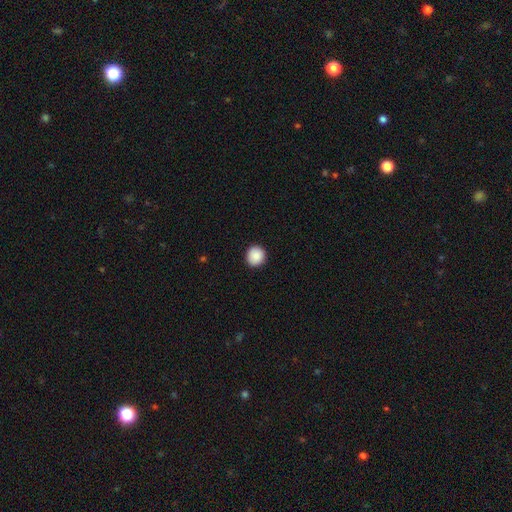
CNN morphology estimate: smooth_or_featured: smooth (p=0.89) [alt: star or artifact p=0.08]
how_rounded: round (p=0.92) [alt: in between p=0.07]
merging: none (p=0.91) [alt: minor disturbance p=0.06]